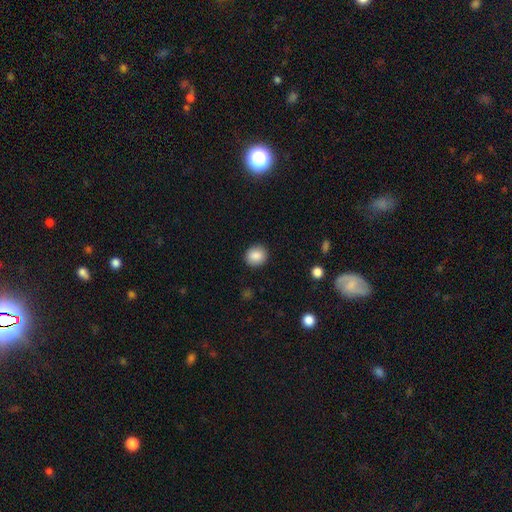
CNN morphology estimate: smooth_or_featured: smooth (p=0.88) [alt: star or artifact p=0.08]
how_rounded: round (p=0.82) [alt: in between p=0.17]
merging: none (p=0.91) [alt: minor disturbance p=0.06]